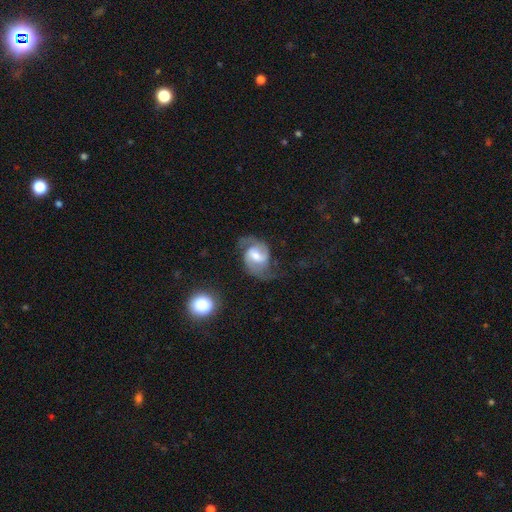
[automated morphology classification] Smooth or featured?
  - featured or disk: 85% *
  - smooth: 10%
  - star or artifact: 6%
Edge-on disk?
  - no: 98% *
  - yes: 2%
Bar?
  - weak: 53% *
  - no: 24%
  - strong: 23%
Spiral arms?
  - yes: 96% *
  - no: 4%
Spiral winding?
  - medium: 54% *
  - loose: 27%
  - tight: 19%
Spiral arm count?
  - 2: 91% *
  - can't tell: 3%
  - 1: 2%
  - 3: 1%
  - 4: 1%
  - more than 4: 1%
Bulge size?
  - moderate: 61% *
  - small: 27%
  - large: 9%
  - none: 3%
  - dominant: 1%
Merging?
  - none: 65% *
  - minor disturbance: 19%
  - major disturbance: 13%
  - merger: 2%